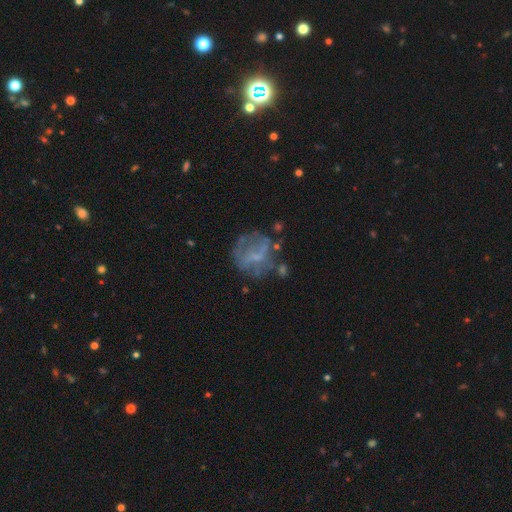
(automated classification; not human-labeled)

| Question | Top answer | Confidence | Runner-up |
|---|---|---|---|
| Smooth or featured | featured or disk | 55% | smooth (32%) |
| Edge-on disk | no | 97% | yes (3%) |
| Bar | no | 60% | weak (32%) |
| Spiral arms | no | 69% | yes (31%) |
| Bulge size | small | 54% | none (29%) |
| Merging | none | 52% | major disturbance (21%) |